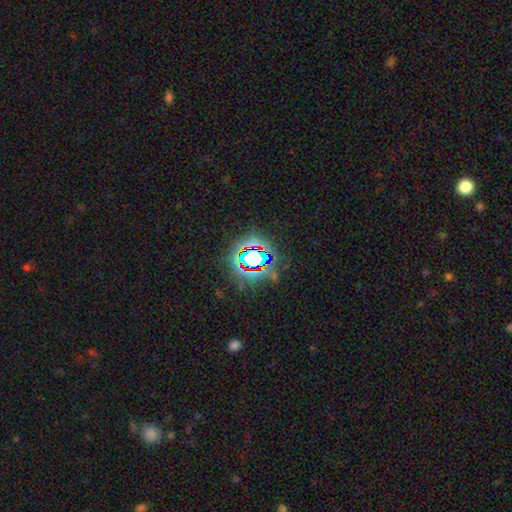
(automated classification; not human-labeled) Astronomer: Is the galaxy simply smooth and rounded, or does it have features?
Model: star or artifact — 70%.